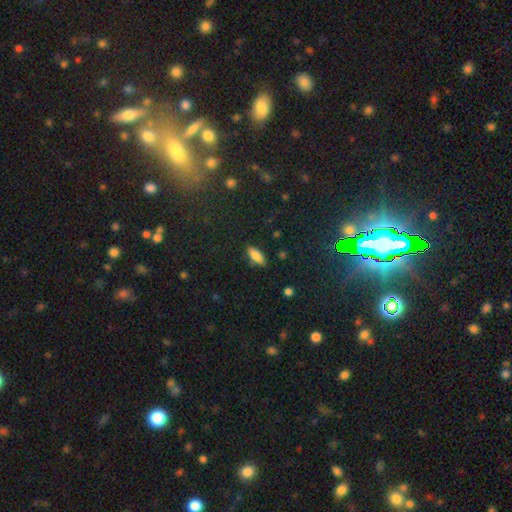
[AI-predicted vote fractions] Q: Smooth or featured?
A: smooth (83%); runner-up: featured or disk (9%)
Q: How rounded?
A: in between (75%); runner-up: cigar-shaped (22%)
Q: Merging?
A: none (85%); runner-up: minor disturbance (11%)